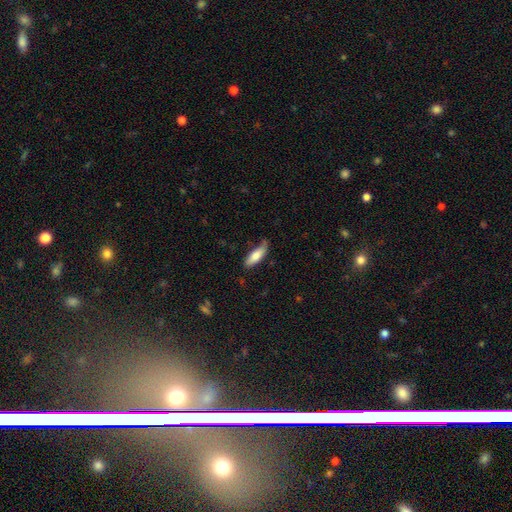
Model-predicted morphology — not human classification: Overall: smooth (75%). How rounded: in between (58%; cigar-shaped 40%). Merging: none (63%; minor disturbance 28%).